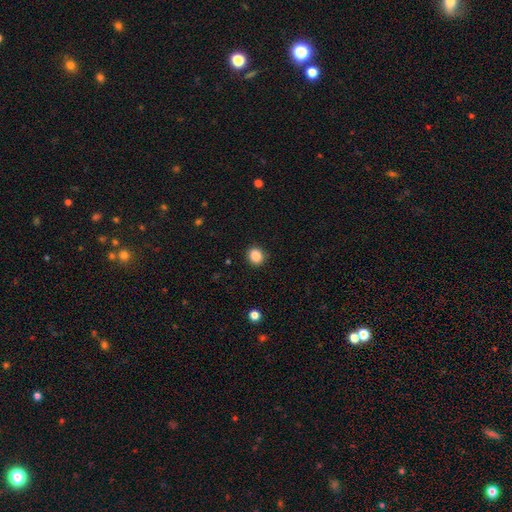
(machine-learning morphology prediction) A smooth galaxy with no disk features (88%) that is round (72%).

Vote fractions:
- Smooth or featured? smooth: 88% / star or artifact: 10% / featured or disk: 3%
- How rounded? round: 72% / in between: 27% / cigar-shaped: 1%
- Merging? none: 88% / minor disturbance: 8% / major disturbance: 3% / merger: 1%